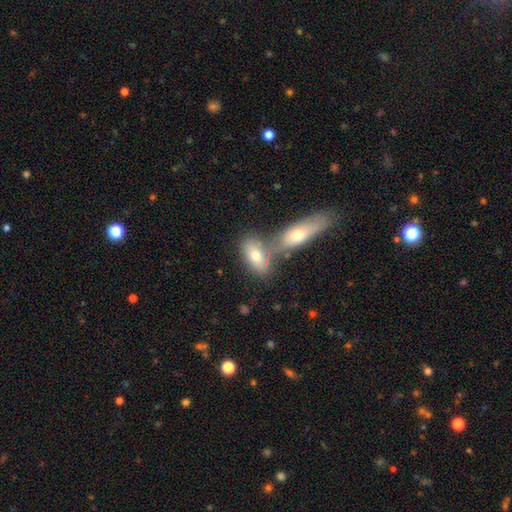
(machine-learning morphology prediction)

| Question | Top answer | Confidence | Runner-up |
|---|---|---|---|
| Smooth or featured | smooth | 71% | featured or disk (22%) |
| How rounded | in between | 82% | cigar-shaped (13%) |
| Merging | merger | 44% | none (42%) |